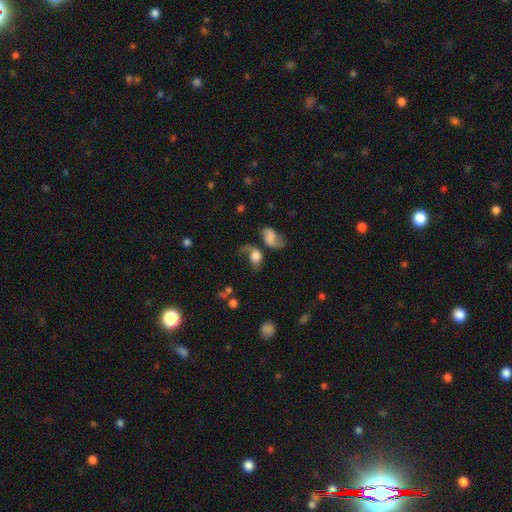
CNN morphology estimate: Smooth or featured? Predicted: smooth (p=0.55). How rounded? Predicted: in between (p=0.63). Merging? Predicted: major disturbance (p=0.32).